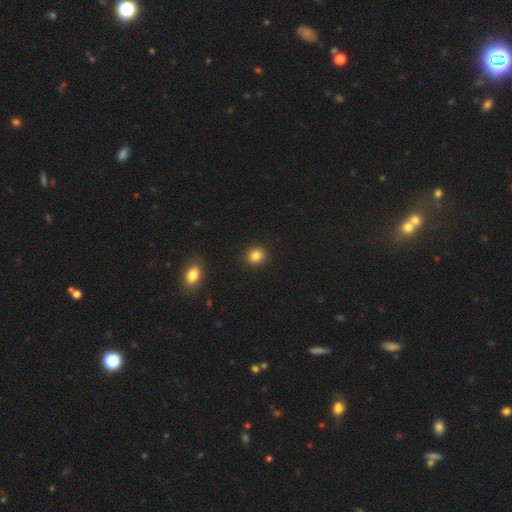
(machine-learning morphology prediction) smooth 85%, star or artifact 11%, featured or disk 4%. Down the decision tree: how rounded — round (79%); merging — none (92%).